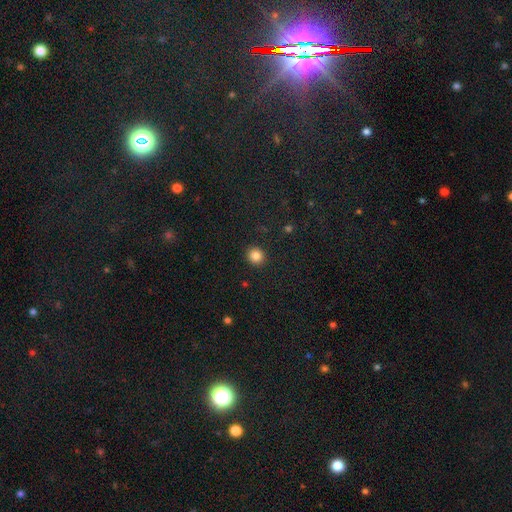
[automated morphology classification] Smooth or featured?
  - smooth: 85% *
  - star or artifact: 11%
  - featured or disk: 4%
How rounded?
  - round: 89% *
  - in between: 10%
  - cigar-shaped: 1%
Merging?
  - none: 92% *
  - minor disturbance: 5%
  - major disturbance: 2%
  - merger: 1%